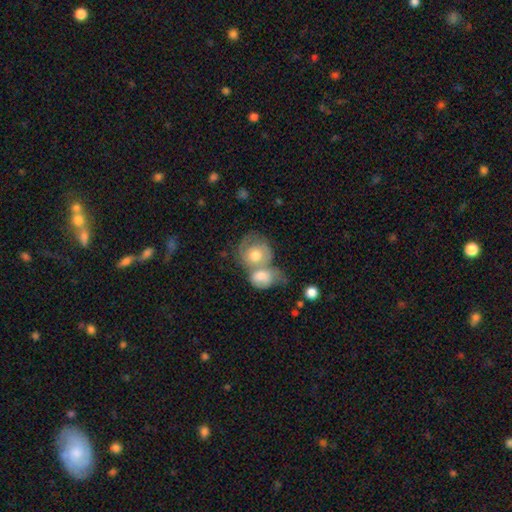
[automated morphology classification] smooth 55%, featured or disk 38%, star or artifact 7%. Down the decision tree: how rounded — round (64%); merging — merger (65%).